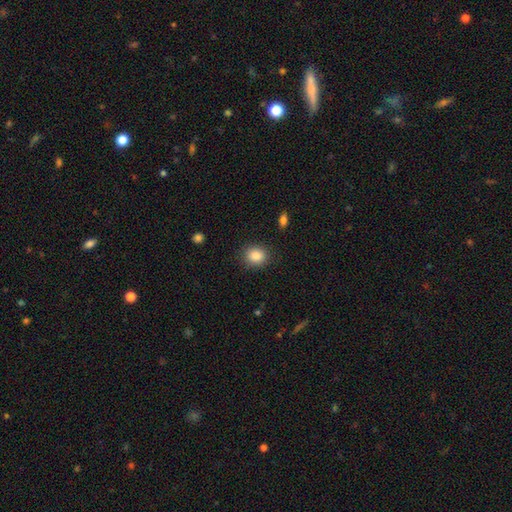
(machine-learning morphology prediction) Smooth or featured: smooth — 87% (star or artifact — 9%)
How rounded: round — 66% (in between — 33%)
Merging: none — 87% (minor disturbance — 9%)